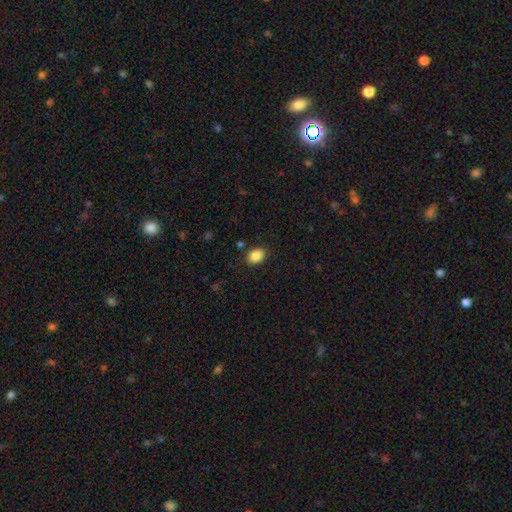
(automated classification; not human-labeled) Smooth or featured? smooth (87%)
How rounded? in between (69%)
Merging? none (87%)